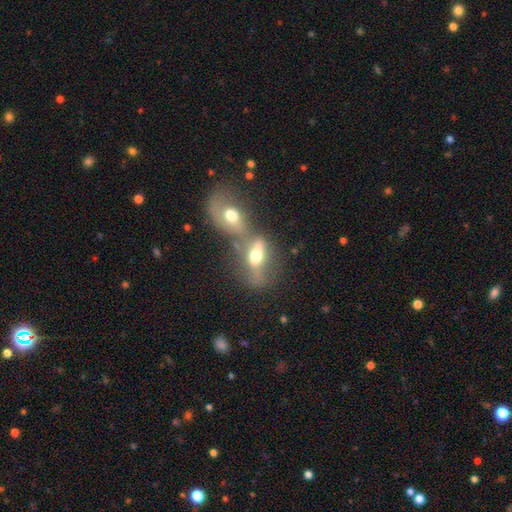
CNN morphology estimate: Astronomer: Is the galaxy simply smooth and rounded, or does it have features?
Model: featured or disk — 46% (runner-up: smooth, 43%).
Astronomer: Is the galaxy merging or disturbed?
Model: merger — 62%.